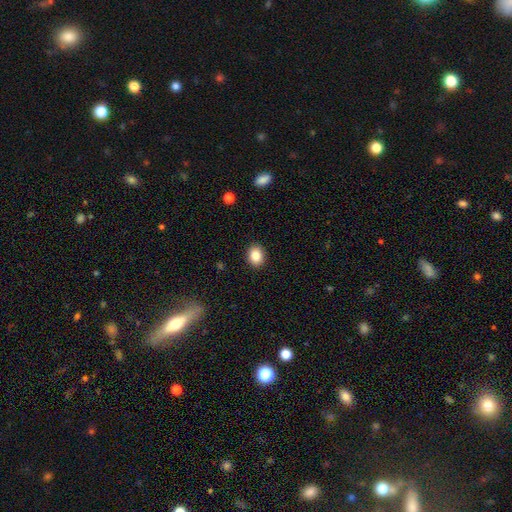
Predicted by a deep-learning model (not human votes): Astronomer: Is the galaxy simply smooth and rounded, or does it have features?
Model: smooth — 85%.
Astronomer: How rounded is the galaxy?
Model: in between — 50% (runner-up: round, 49%).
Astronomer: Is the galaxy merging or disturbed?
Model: none — 90%.